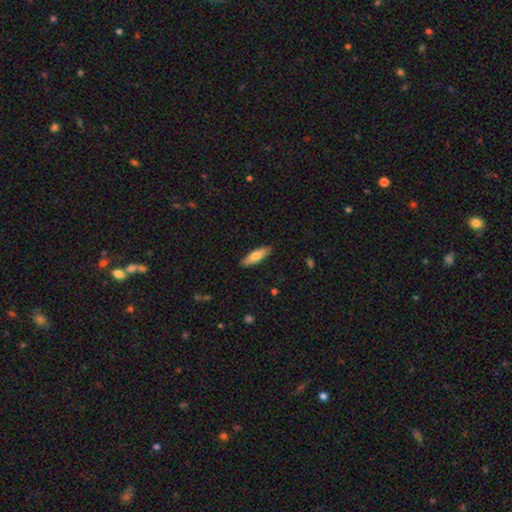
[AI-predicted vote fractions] Smooth or featured?
  - smooth: 70% *
  - featured or disk: 24%
  - star or artifact: 6%
How rounded?
  - cigar-shaped: 57% *
  - in between: 41%
  - round: 2%
Merging?
  - none: 89% *
  - minor disturbance: 8%
  - major disturbance: 2%
  - merger: 1%